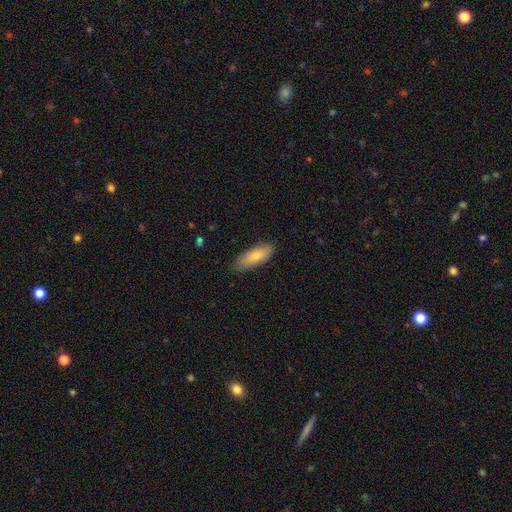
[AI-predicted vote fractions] smooth 75%, featured or disk 19%, star or artifact 6%. Down the decision tree: how rounded — in between (63%); merging — none (84%).